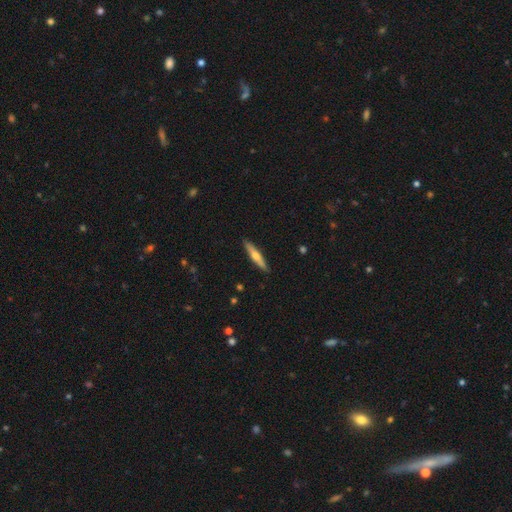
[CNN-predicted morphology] This is possibly a featured or disk galaxy (50%). Merging: clearly none (90%).